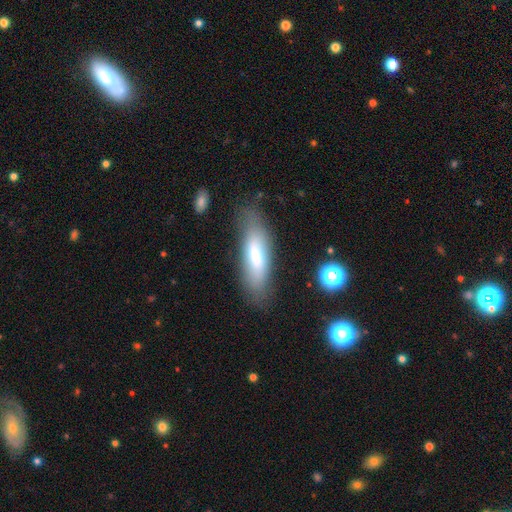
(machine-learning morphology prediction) type=smooth (68%); roundness=cigar-shaped (52%); merging=none (75%).